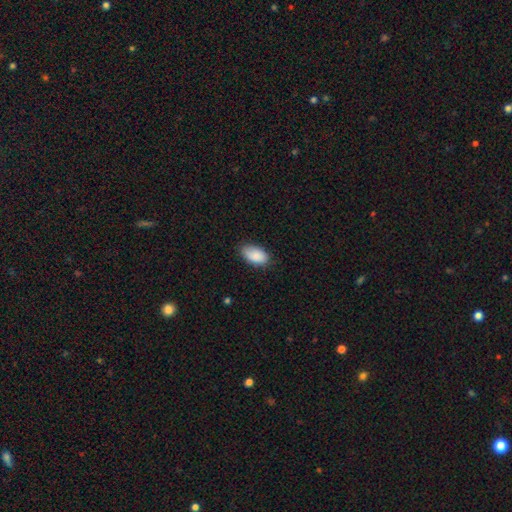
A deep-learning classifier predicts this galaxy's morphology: This is clearly a smooth galaxy (88%). How rounded: clearly in between (94%). Merging: likely none (76%).